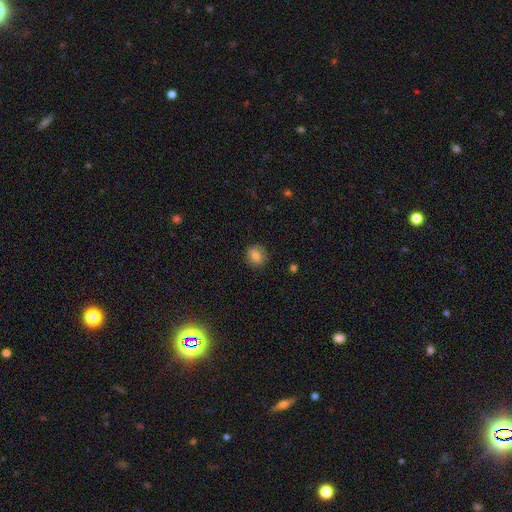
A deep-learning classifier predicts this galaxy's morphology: smooth_or_featured: smooth (p=0.72) [alt: featured or disk p=0.17]
how_rounded: round (p=0.74) [alt: in between p=0.25]
merging: none (p=0.85) [alt: minor disturbance p=0.11]